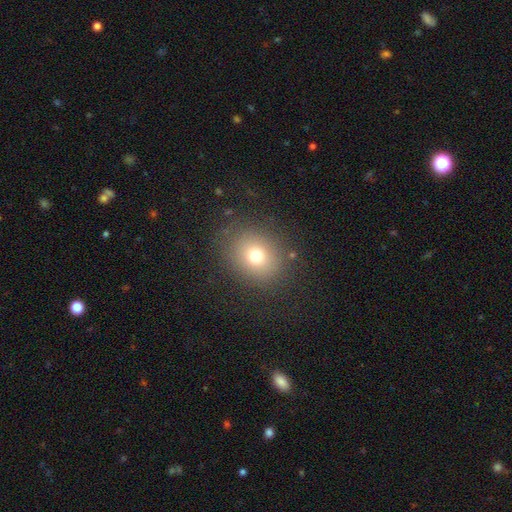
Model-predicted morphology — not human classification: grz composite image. It shows a smooth galaxy with no disk features (72%) that is round (71%). Merging: none (83%).